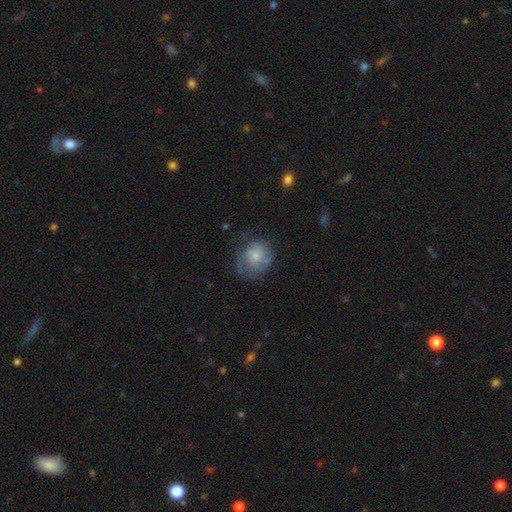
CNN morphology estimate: Smooth or featured? Predicted: smooth (p=0.63). How rounded? Predicted: round (p=0.66). Merging? Predicted: none (p=0.49).